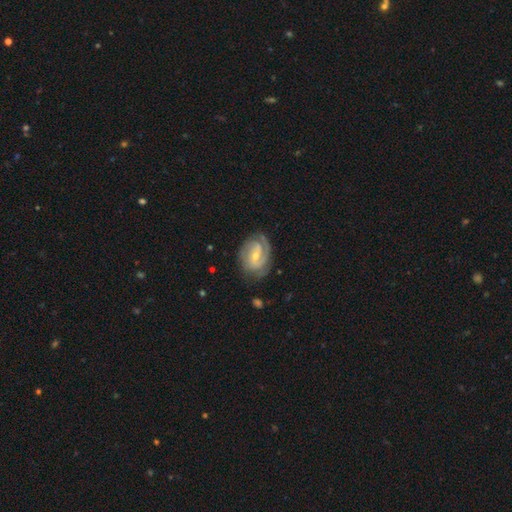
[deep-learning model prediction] featured or disk 83%, smooth 12%, star or artifact 5%. Down the decision tree: edge-on disk — no (97%); bar — weak (49%); spiral arms — yes (95%); spiral arm count — 2 (56%); spiral winding — tight (54%); bulge size — small (56%); merging — none (71%).